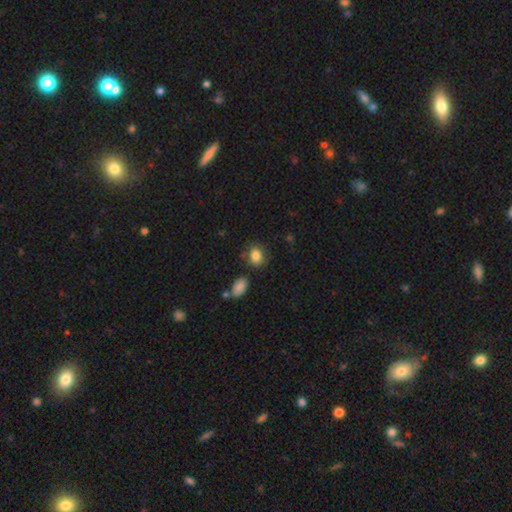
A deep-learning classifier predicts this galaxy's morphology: Smooth or featured: smooth — 84% (star or artifact — 9%)
How rounded: in between — 57% (round — 42%)
Merging: none — 73% (minor disturbance — 17%)